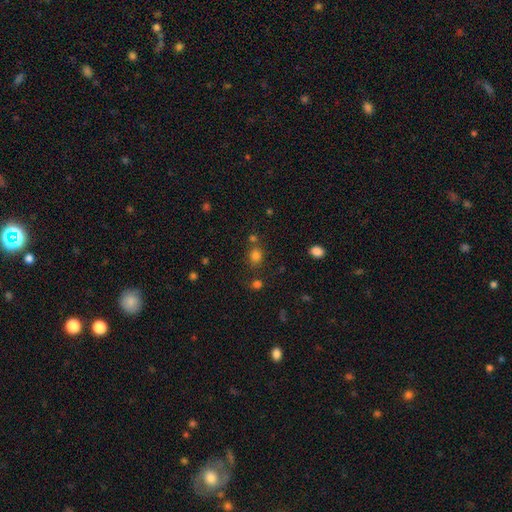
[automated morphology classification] Smooth or featured: smooth — 78% (star or artifact — 16%)
How rounded: round — 65% (in between — 33%)
Merging: none — 70% (merger — 15%)